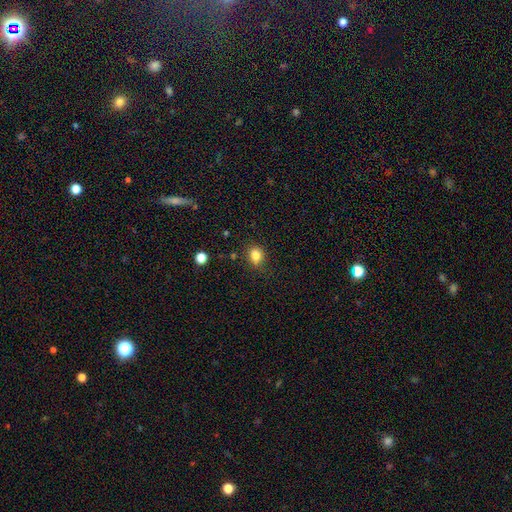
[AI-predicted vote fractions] smooth_or_featured: smooth (p=0.82) [alt: star or artifact p=0.12]
how_rounded: round (p=0.62) [alt: in between p=0.37]
merging: none (p=0.77) [alt: minor disturbance p=0.15]